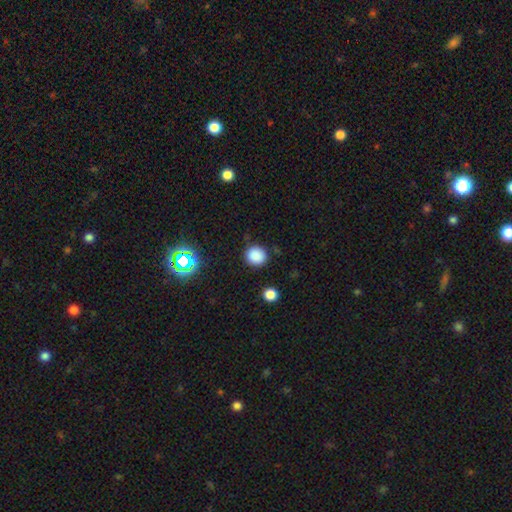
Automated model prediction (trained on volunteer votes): Smooth or featured?
  - smooth: 84% *
  - star or artifact: 12%
  - featured or disk: 4%
How rounded?
  - round: 86% *
  - in between: 13%
  - cigar-shaped: 1%
Merging?
  - none: 85% *
  - minor disturbance: 10%
  - major disturbance: 3%
  - merger: 2%